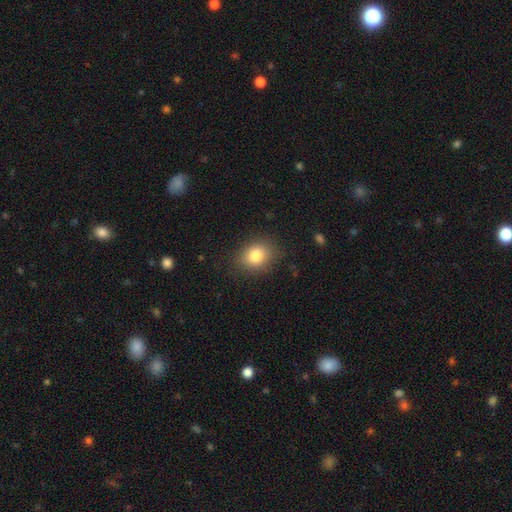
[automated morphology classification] The model was most divided on "how rounded": in between: 51%, round: 48%, cigar-shaped: 1%. More confident: merging — none (83%); smooth or featured — smooth (81%).